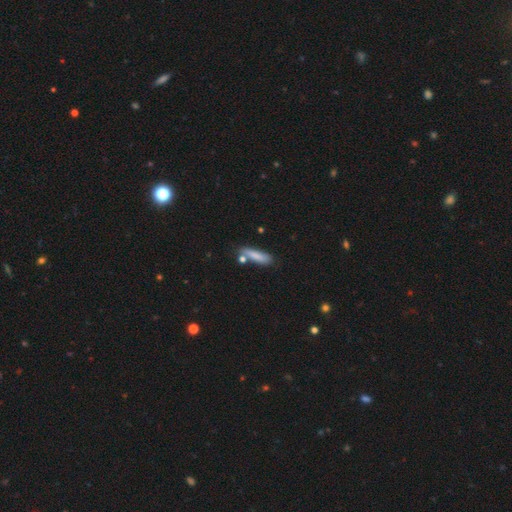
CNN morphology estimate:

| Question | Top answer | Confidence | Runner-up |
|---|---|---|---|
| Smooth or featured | smooth | 80% | featured or disk (13%) |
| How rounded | cigar-shaped | 71% | in between (27%) |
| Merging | none | 66% | minor disturbance (17%) |